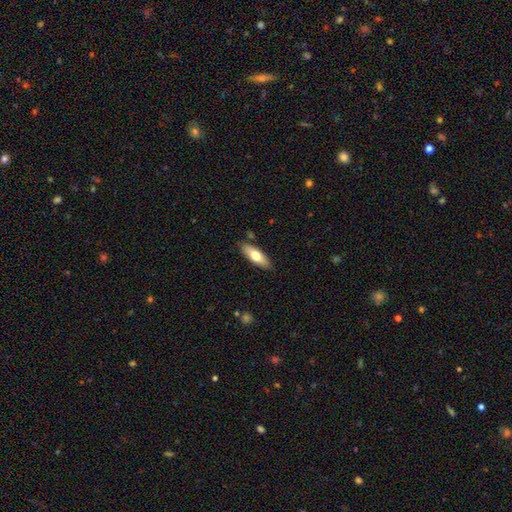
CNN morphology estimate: The model was most divided on "how rounded": in between: 64%, cigar-shaped: 33%, round: 2%. More confident: merging — none (86%); smooth or featured — smooth (68%).